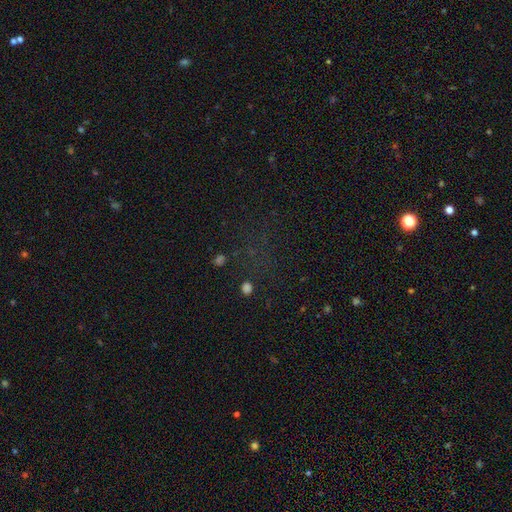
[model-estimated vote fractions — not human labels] Morphology: type=star or artifact (65%).